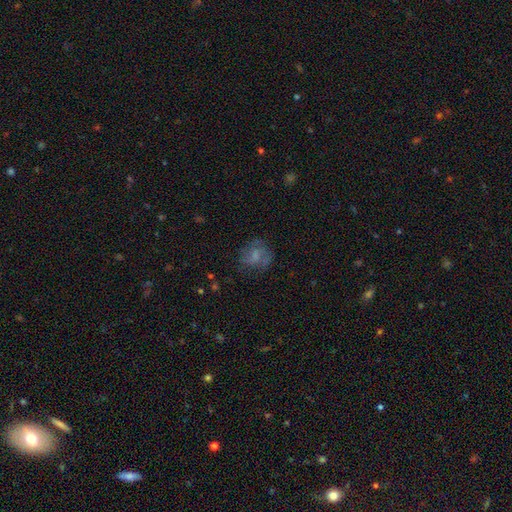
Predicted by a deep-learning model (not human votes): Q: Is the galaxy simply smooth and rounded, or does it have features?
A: smooth — 45%.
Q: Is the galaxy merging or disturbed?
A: none — 59%.